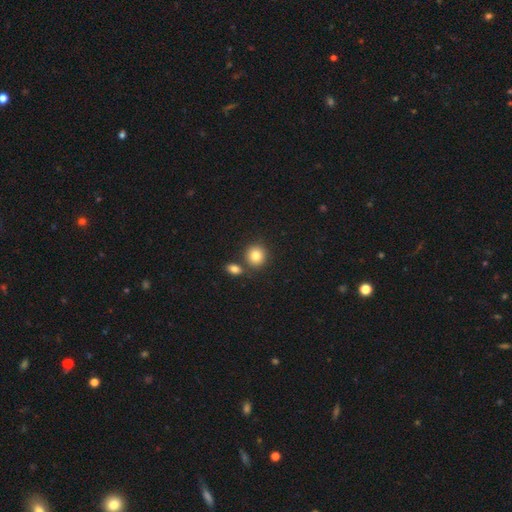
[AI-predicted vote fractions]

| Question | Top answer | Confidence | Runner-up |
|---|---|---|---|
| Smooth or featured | smooth | 83% | star or artifact (10%) |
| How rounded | round | 84% | in between (15%) |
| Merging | none | 71% | merger (17%) |